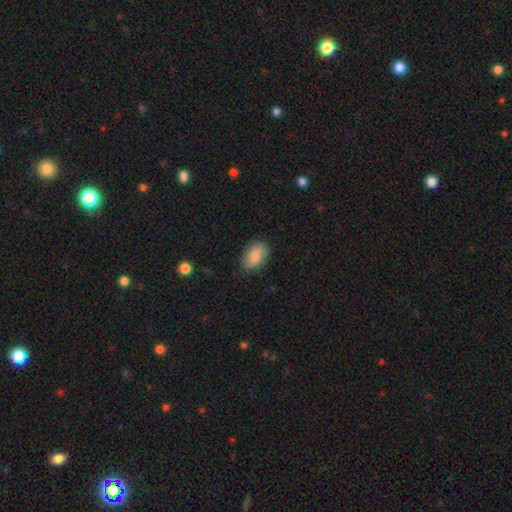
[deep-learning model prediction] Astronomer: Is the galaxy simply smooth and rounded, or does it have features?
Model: smooth — 84%.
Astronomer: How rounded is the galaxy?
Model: in between — 90%.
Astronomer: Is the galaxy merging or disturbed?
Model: none — 82%.